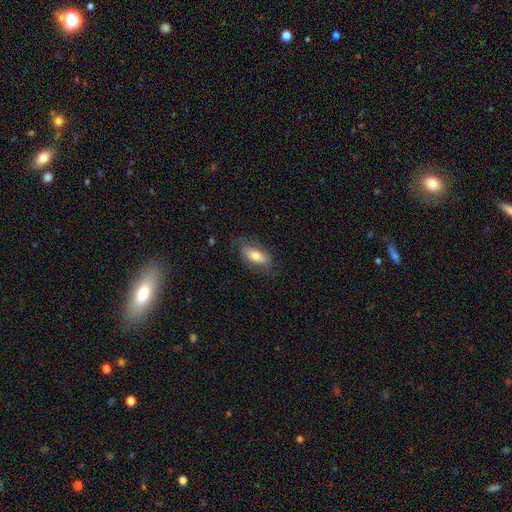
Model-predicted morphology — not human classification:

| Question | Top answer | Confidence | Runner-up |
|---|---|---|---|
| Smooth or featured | smooth | 68% | featured or disk (26%) |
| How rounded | in between | 87% | cigar-shaped (9%) |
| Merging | none | 72% | minor disturbance (19%) |